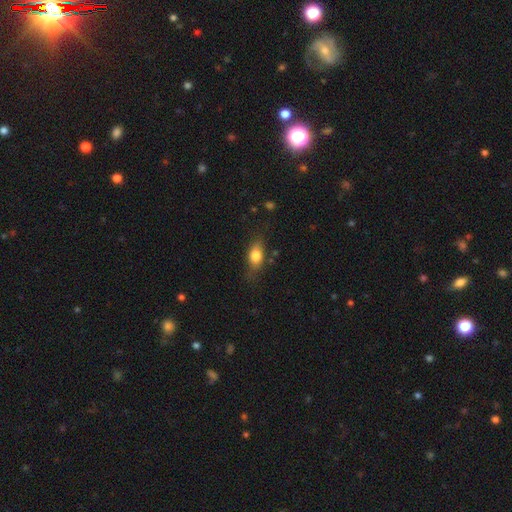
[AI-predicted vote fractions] Smooth or featured?
  - smooth: 76% *
  - featured or disk: 16%
  - star or artifact: 8%
How rounded?
  - in between: 77% *
  - round: 13%
  - cigar-shaped: 10%
Merging?
  - none: 68% *
  - minor disturbance: 23%
  - major disturbance: 7%
  - merger: 2%